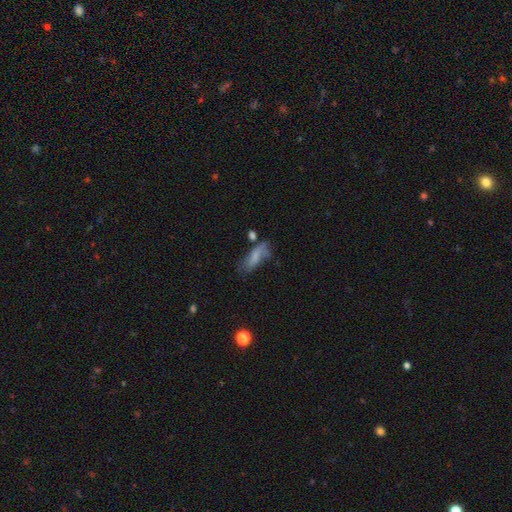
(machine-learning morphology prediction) smooth_or_featured: smooth (p=0.62) [alt: featured or disk p=0.29]
how_rounded: in between (p=0.68) [alt: cigar-shaped p=0.29]
merging: none (p=0.45) [alt: minor disturbance p=0.29]